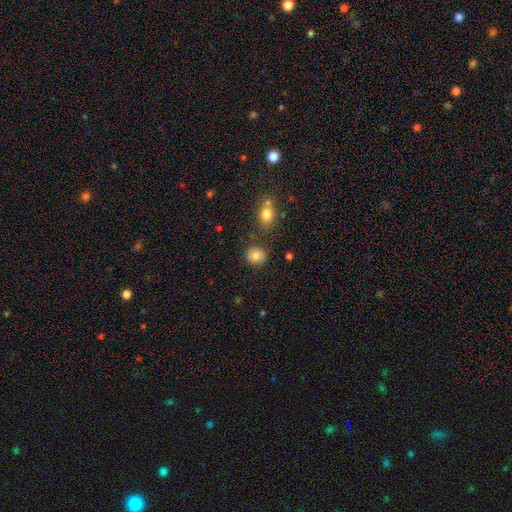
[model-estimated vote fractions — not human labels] Q: Smooth or featured?
A: smooth (83%); runner-up: star or artifact (10%)
Q: How rounded?
A: round (80%); runner-up: in between (19%)
Q: Merging?
A: none (83%); runner-up: minor disturbance (10%)